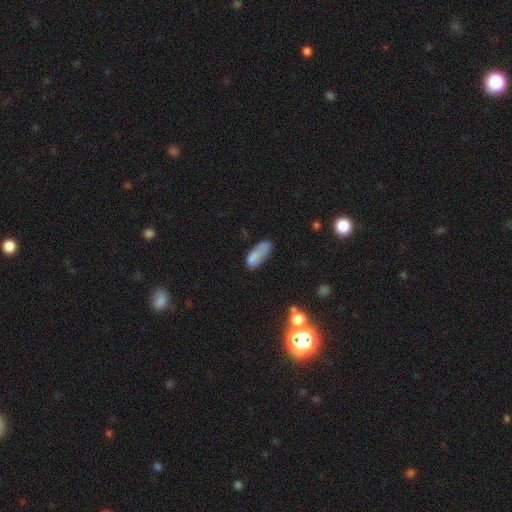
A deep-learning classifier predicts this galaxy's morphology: smooth_or_featured: smooth (p=0.78) [alt: featured or disk p=0.12]
how_rounded: in between (p=0.74) [alt: cigar-shaped p=0.24]
merging: none (p=0.43) [alt: minor disturbance p=0.33]